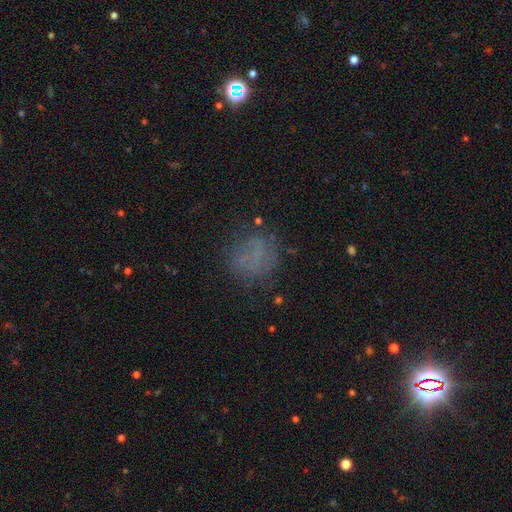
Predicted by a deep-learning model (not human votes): Smooth or featured? Predicted: smooth (p=0.55). How rounded? Predicted: round (p=0.71). Merging? Predicted: none (p=0.68).